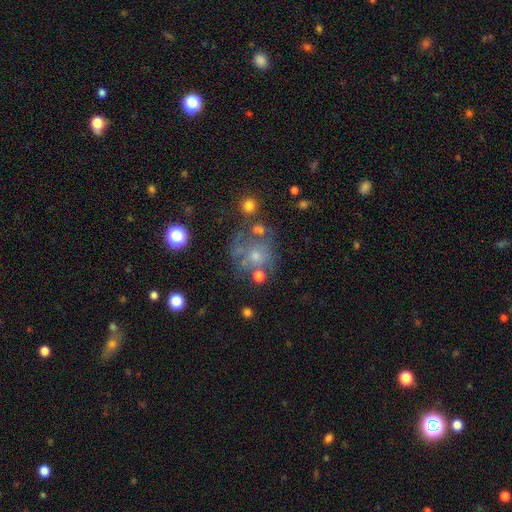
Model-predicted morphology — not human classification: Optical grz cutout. It shows a featured or disk galaxy (42%). Merging: none (51%).